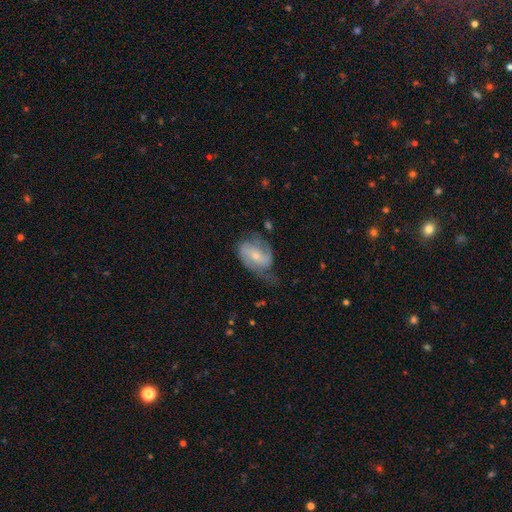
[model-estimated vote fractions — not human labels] This is likely a featured or disk galaxy (76%). It is clearly not viewed edge-on (97%). Bar: marginally weak (42%). Spiral arm pattern: clearly yes (92%). Spiral arm count: likely 2 (78%). Spiral winding: possibly medium (46%). Central bulge: possibly small (56%). Merging: possibly none (47%).